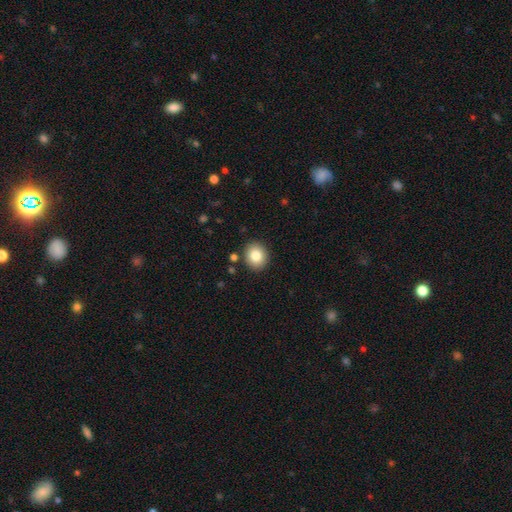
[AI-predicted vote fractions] Smooth or featured? Predicted: smooth (p=0.82). How rounded? Predicted: round (p=0.80). Merging? Predicted: none (p=0.89).